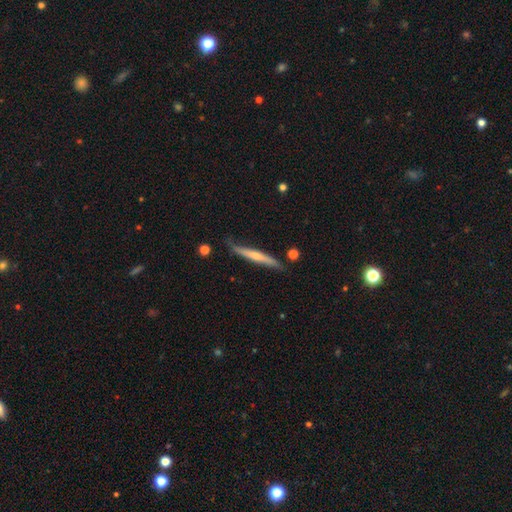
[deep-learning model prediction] A featured or disk galaxy (49%).

Vote fractions:
- Smooth or featured? featured or disk: 49% / smooth: 45% / star or artifact: 5%
- Merging? none: 71% / minor disturbance: 22% / major disturbance: 4% / merger: 3%